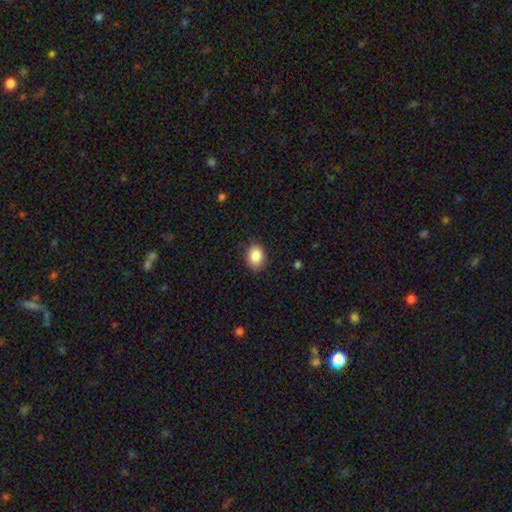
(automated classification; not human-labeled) smooth-or-featured: smooth: 88% | star or artifact: 8% | featured or disk: 4%
  how-rounded: in between: 70% | round: 29% | cigar-shaped: 1%
  merging: none: 84% | minor disturbance: 12% | major disturbance: 3% | merger: 1%